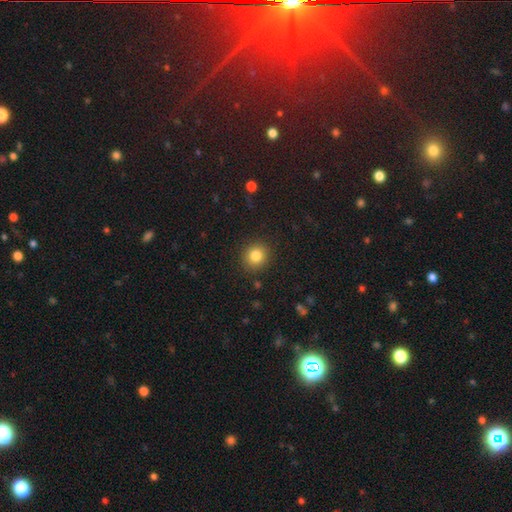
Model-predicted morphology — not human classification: Smooth or featured? smooth (83%)
How rounded? round (88%)
Merging? none (90%)